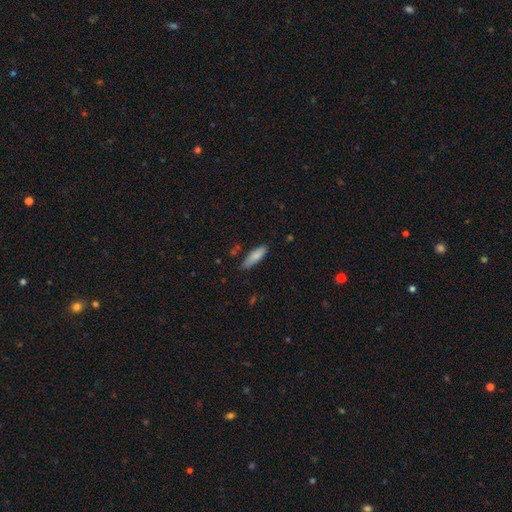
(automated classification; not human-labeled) This is clearly a smooth galaxy (84%). How rounded: possibly in between (52%). Merging: likely none (76%).